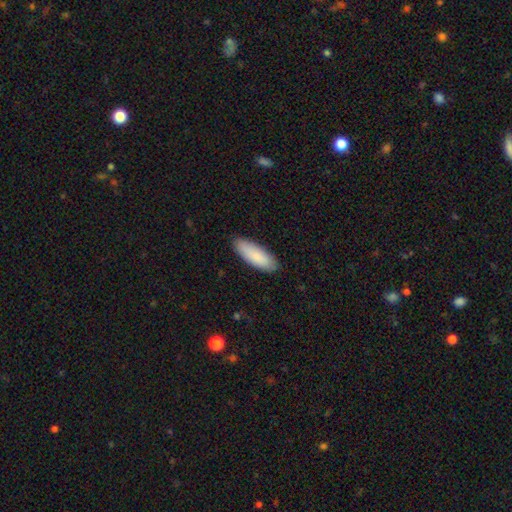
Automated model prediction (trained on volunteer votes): A smooth galaxy with no disk features (88%) that is in between round and cigar-shaped (64%). Merging: none (87%).